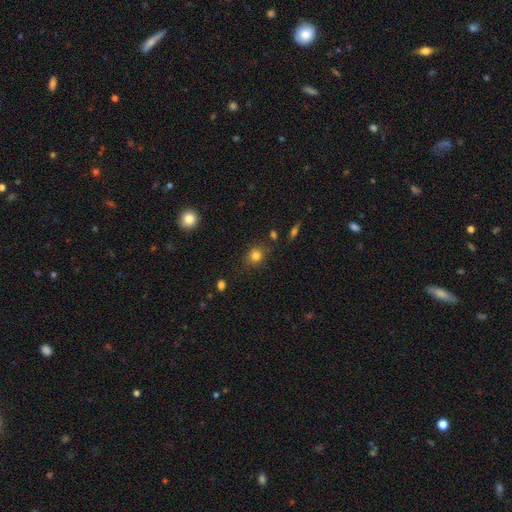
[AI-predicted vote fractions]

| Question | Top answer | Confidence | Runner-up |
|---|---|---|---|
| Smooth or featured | smooth | 81% | star or artifact (12%) |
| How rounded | round | 79% | in between (20%) |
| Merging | none | 80% | minor disturbance (13%) |